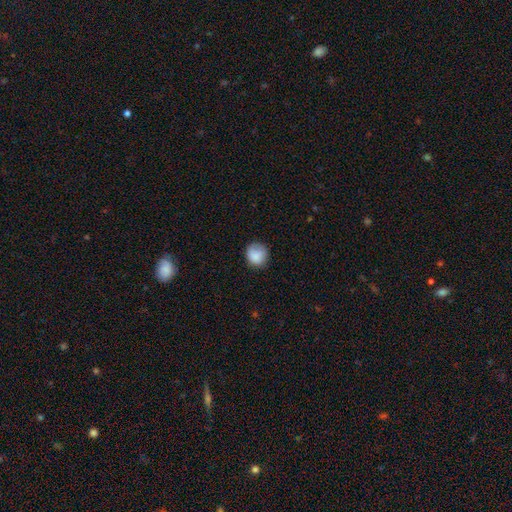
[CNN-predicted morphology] Smooth or featured? smooth (86%)
How rounded? round (82%)
Merging? none (74%)